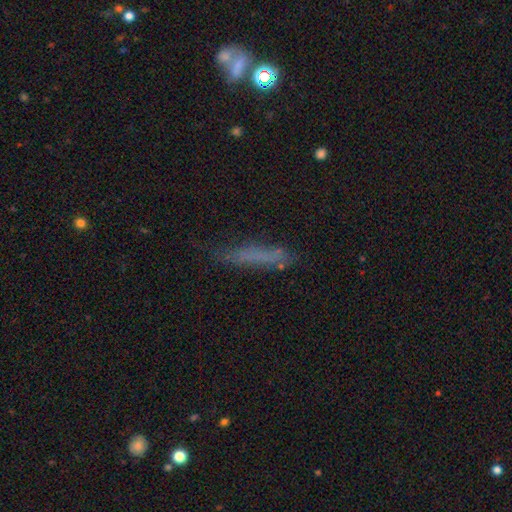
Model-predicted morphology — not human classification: Smooth or featured: smooth — 63% (featured or disk — 26%)
How rounded: cigar-shaped — 89% (in between — 9%)
Merging: none — 66% (minor disturbance — 23%)